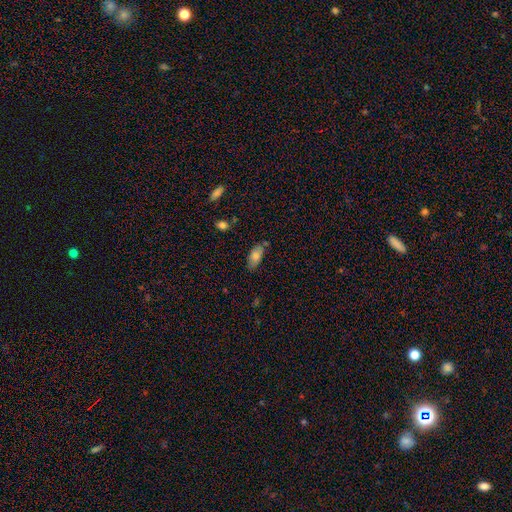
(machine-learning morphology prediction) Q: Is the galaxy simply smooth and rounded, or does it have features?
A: smooth — 76%.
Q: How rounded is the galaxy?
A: in between — 87%.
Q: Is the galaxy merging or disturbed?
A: none — 70%.